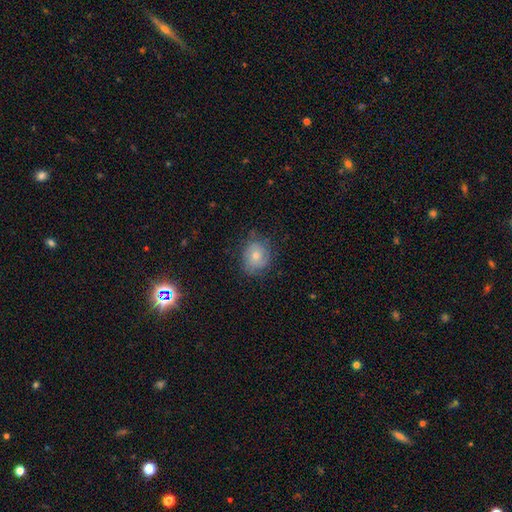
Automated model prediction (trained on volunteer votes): The model was most divided on "how rounded": round: 65%, in between: 34%, cigar-shaped: 1%. More confident: merging — none (69%); smooth or featured — smooth (63%).